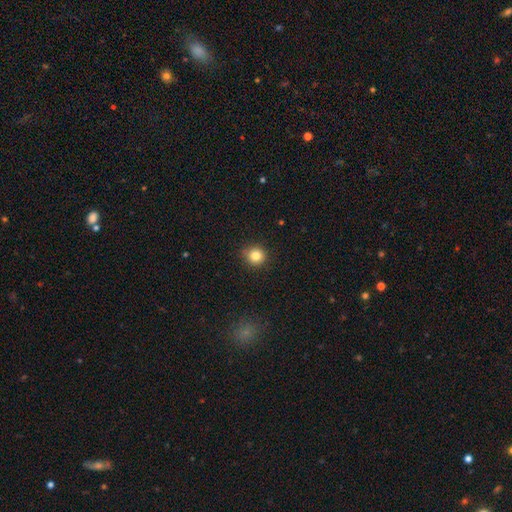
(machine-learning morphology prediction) The model was most divided on "smooth or featured": smooth: 82%, star or artifact: 12%, featured or disk: 6%. More confident: how rounded — round (89%); merging — none (86%).